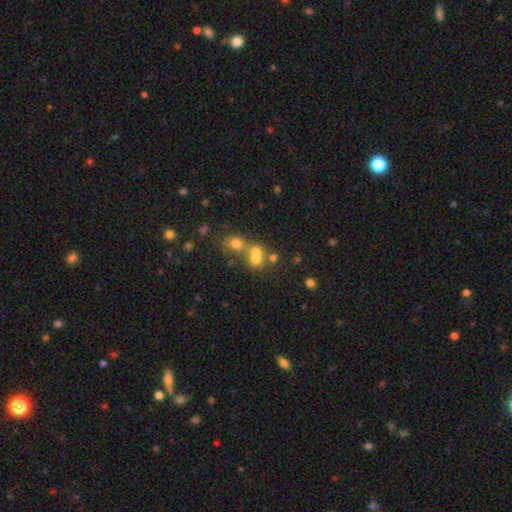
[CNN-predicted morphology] smooth_or_featured: smooth (p=0.64) [alt: featured or disk p=0.18]
how_rounded: round (p=0.69) [alt: in between p=0.30]
merging: merger (p=0.58) [alt: none p=0.31]